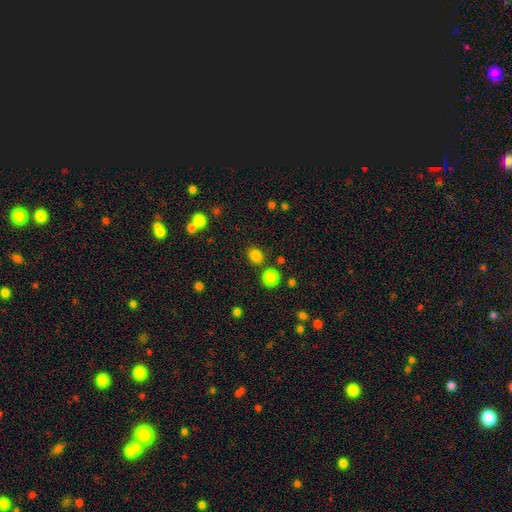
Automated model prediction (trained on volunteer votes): Smooth or featured? Predicted: smooth (p=0.83). How rounded? Predicted: round (p=0.66). Merging? Predicted: none (p=0.80).